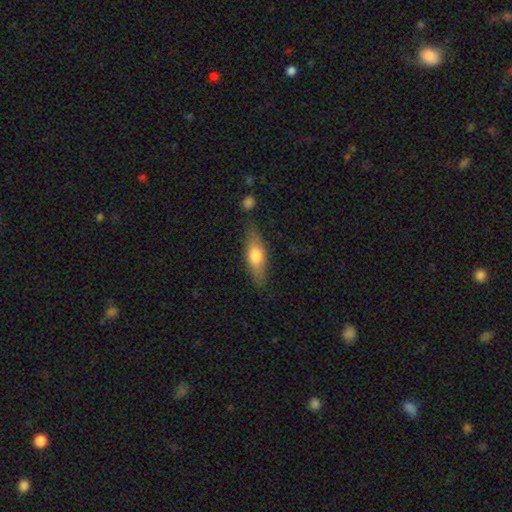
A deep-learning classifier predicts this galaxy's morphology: Smooth or featured? smooth (64%)
How rounded? in between (54%)
Merging? none (76%)